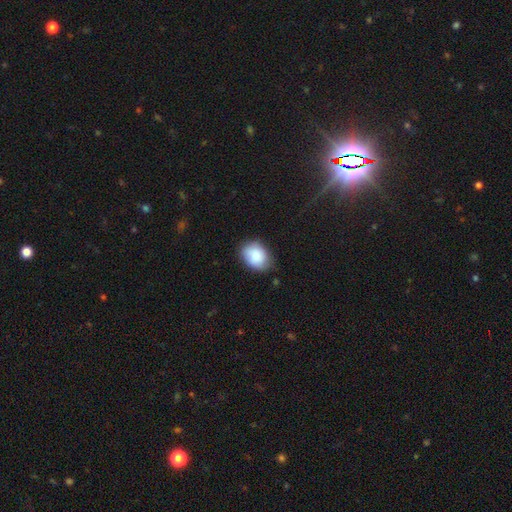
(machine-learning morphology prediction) A smooth galaxy with no disk features (87%) that is in between round and cigar-shaped (70%).

Vote fractions:
- Smooth or featured? smooth: 87% / star or artifact: 7% / featured or disk: 7%
- How rounded? in between: 70% / round: 29% / cigar-shaped: 1%
- Merging? none: 74% / minor disturbance: 21% / major disturbance: 4% / merger: 2%